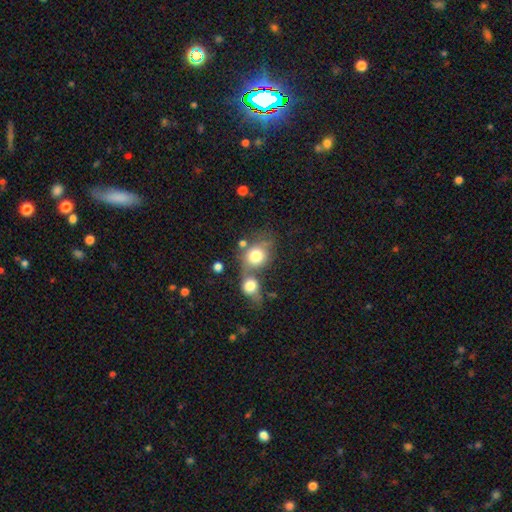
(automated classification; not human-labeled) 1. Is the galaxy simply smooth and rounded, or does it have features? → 73% smooth, 18% featured or disk, 9% star or artifact.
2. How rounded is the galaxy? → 61% round, 37% in between, 1% cigar-shaped.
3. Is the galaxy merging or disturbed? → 56% merger, 27% none, 9% minor disturbance, 8% major disturbance.